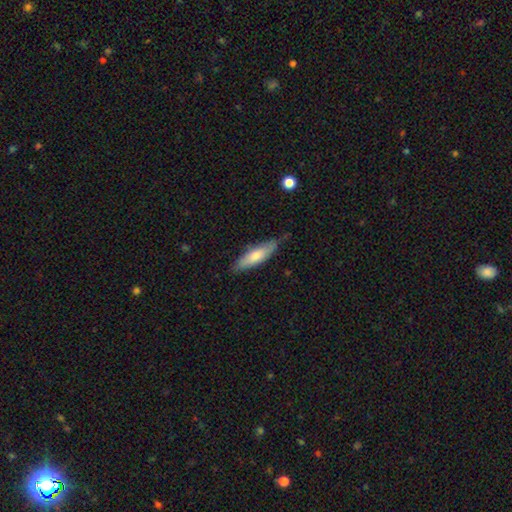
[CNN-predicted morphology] Smooth or featured? Predicted: smooth (p=0.69). How rounded? Predicted: cigar-shaped (p=0.60). Merging? Predicted: none (p=0.75).